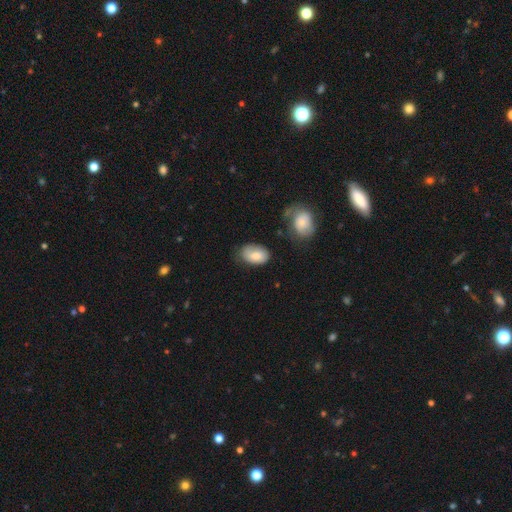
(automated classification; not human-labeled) Smooth or featured? smooth (77%)
How rounded? in between (88%)
Merging? none (60%)